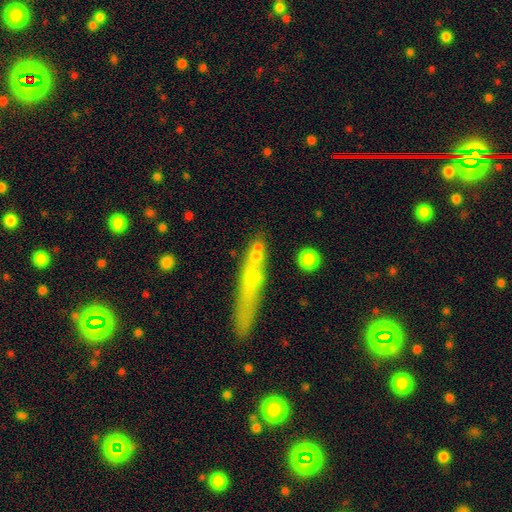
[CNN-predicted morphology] A smooth galaxy with no disk features (50%) that is cigar-shaped (77%). Merging: none (56%).